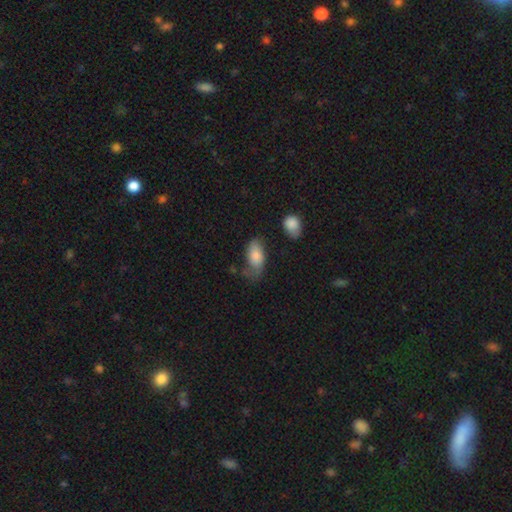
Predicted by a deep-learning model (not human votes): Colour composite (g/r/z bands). It shows a smooth galaxy with no disk features (76%) that is in between round and cigar-shaped (92%). Merging: none (41%).